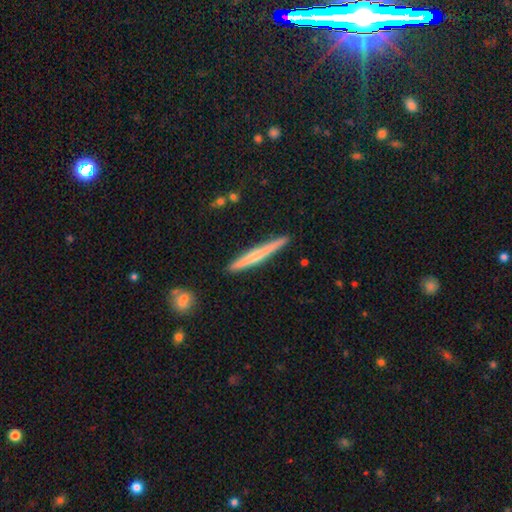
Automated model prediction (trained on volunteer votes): smooth 48%, featured or disk 46%, star or artifact 6%. Down the decision tree: merging — none (91%).